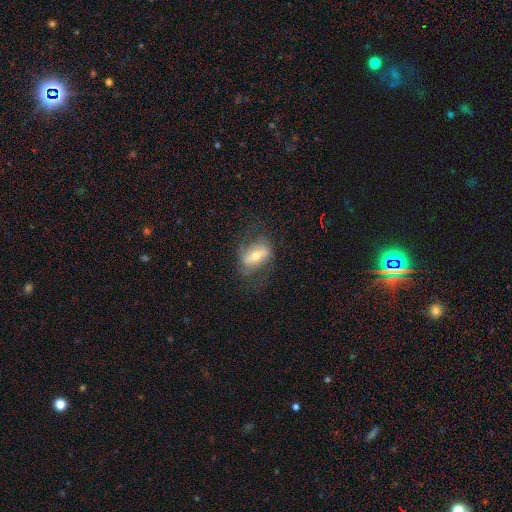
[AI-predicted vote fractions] Overall: featured or disk (69%). Edge-on disk: no (91%). Bar: strong (49%; weak 32%). Spiral arms: yes (78%). Bulge size: moderate (55%; small 39%). Merging: none (67%).